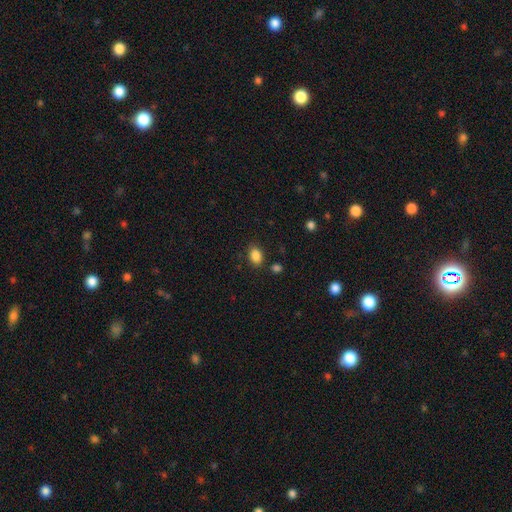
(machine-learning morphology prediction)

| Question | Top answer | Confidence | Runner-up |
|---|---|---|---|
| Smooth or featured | smooth | 86% | star or artifact (9%) |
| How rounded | in between | 77% | round (22%) |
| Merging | none | 80% | minor disturbance (12%) |